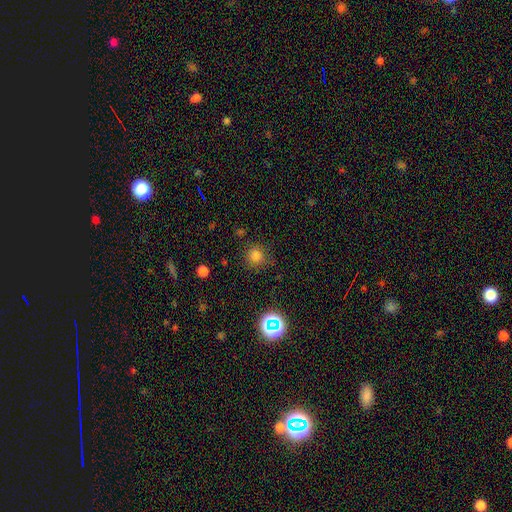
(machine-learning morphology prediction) smooth_or_featured: smooth (p=0.78) [alt: star or artifact p=0.17]
how_rounded: round (p=0.91) [alt: in between p=0.08]
merging: none (p=0.81) [alt: minor disturbance p=0.12]